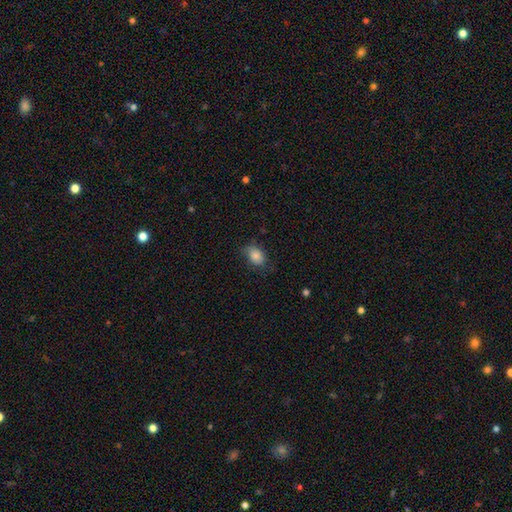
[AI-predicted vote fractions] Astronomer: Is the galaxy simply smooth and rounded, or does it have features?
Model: smooth — 83%.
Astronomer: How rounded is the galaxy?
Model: in between — 78%.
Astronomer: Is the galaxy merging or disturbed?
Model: none — 63%.